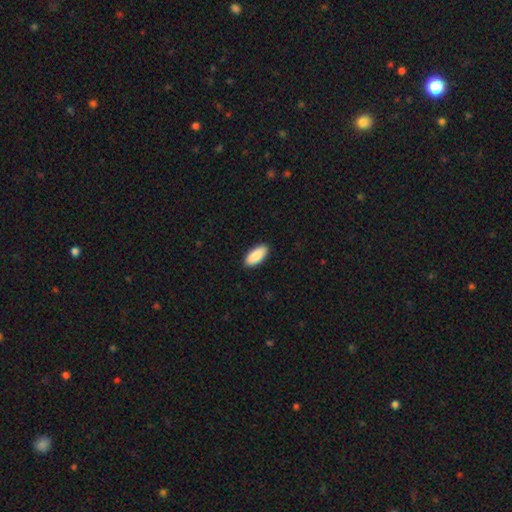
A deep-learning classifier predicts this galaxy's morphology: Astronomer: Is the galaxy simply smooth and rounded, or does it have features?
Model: smooth — 91%.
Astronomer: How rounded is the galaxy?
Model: in between — 89%.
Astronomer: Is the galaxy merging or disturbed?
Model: none — 91%.